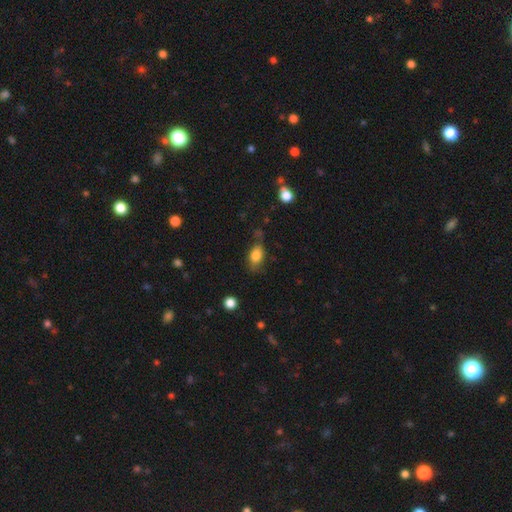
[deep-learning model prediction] The model was most divided on "merging": none: 62%, minor disturbance: 25%, major disturbance: 9%, merger: 4%. More confident: how rounded — in between (85%); smooth or featured — smooth (80%).